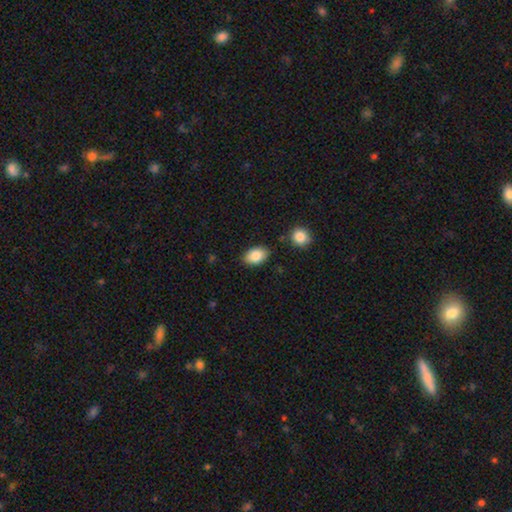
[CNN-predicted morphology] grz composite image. It shows a smooth galaxy with no disk features (85%) that is in between round and cigar-shaped (88%). Merging: none (83%).